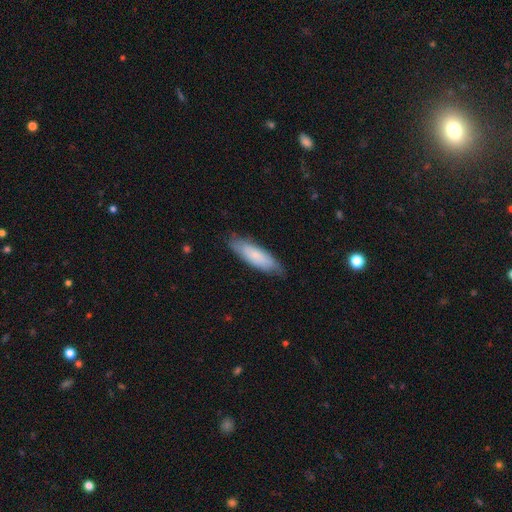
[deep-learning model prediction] A smooth galaxy with no disk features (73%) that is cigar-shaped (54%).

Vote fractions:
- Smooth or featured? smooth: 73% / featured or disk: 21% / star or artifact: 6%
- How rounded? cigar-shaped: 54% / in between: 44% / round: 1%
- Merging? none: 80% / minor disturbance: 16% / major disturbance: 3% / merger: 1%